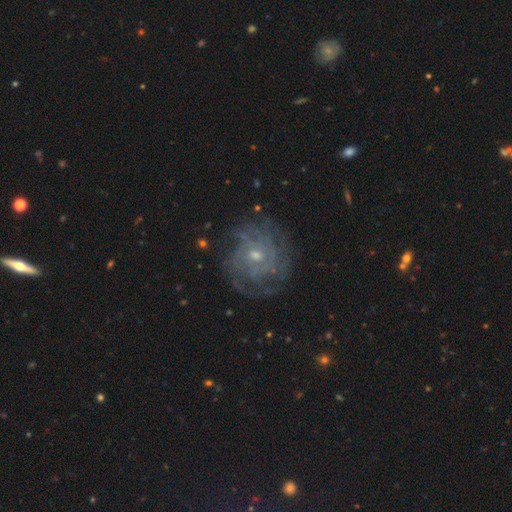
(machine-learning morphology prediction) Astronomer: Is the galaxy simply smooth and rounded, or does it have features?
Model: featured or disk — 74%.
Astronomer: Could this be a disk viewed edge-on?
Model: no — 97%.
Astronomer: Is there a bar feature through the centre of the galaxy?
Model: no — 74%.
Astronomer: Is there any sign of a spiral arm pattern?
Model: yes — 92%.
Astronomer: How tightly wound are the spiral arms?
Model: tight — 68%.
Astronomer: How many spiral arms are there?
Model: can't tell — 42%.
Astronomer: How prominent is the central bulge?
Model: small — 64%.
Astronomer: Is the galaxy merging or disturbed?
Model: none — 80%.